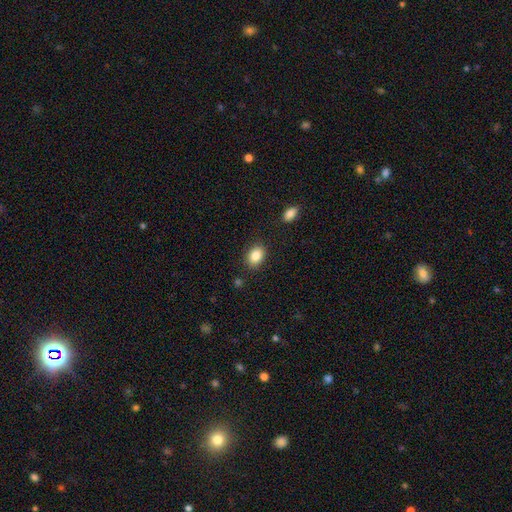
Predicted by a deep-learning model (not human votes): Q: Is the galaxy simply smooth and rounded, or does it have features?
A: smooth — 87%.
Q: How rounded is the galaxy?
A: in between — 78%.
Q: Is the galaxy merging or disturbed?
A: none — 85%.